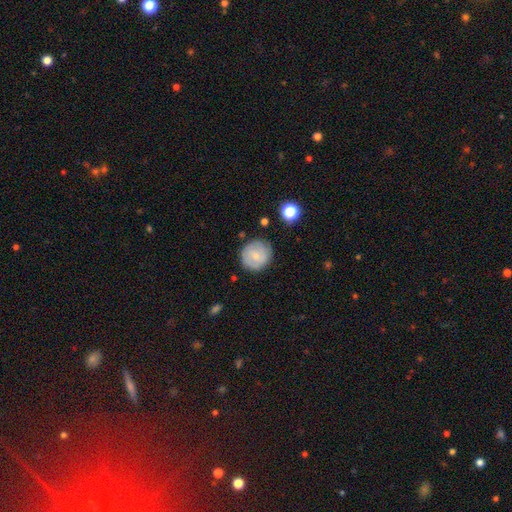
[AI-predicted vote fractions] Smooth or featured?
  - smooth: 60% *
  - featured or disk: 32%
  - star or artifact: 8%
How rounded?
  - round: 90% *
  - in between: 9%
  - cigar-shaped: 1%
Merging?
  - none: 81% *
  - minor disturbance: 13%
  - major disturbance: 4%
  - merger: 2%